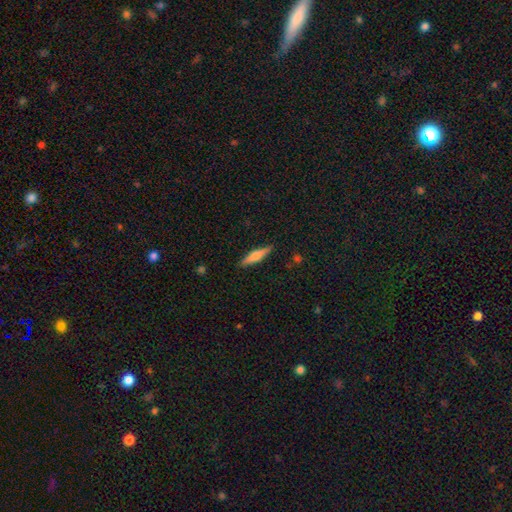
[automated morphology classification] This appears to be a smooth galaxy with no disk features (60%) that is cigar-shaped (82%). Merging: none (89%).